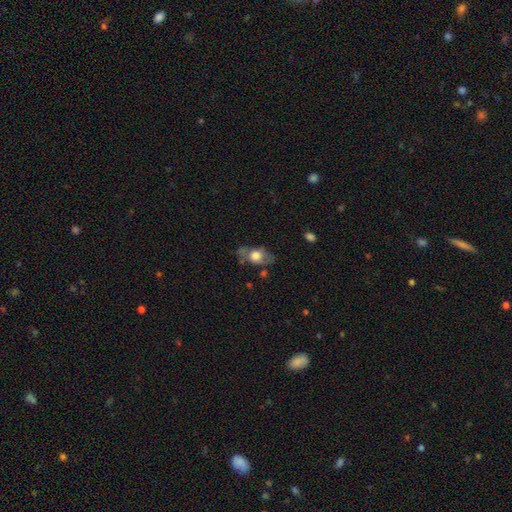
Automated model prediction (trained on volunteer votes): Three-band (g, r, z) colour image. It shows a smooth galaxy with no disk features (55%) that is in between round and cigar-shaped (74%). Merging: none (58%).